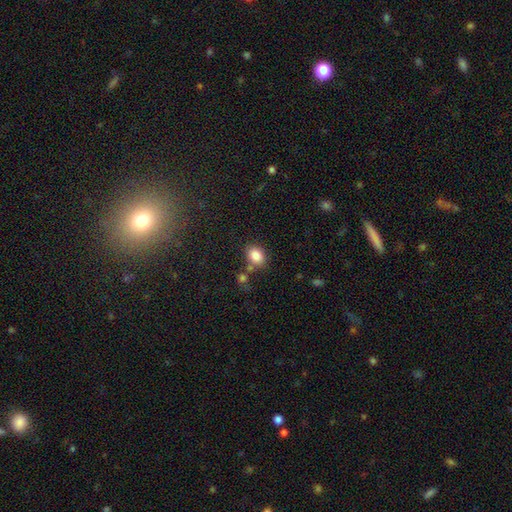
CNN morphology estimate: Overall: smooth (85%). How rounded: in between (65%; round 34%). Merging: none (68%).